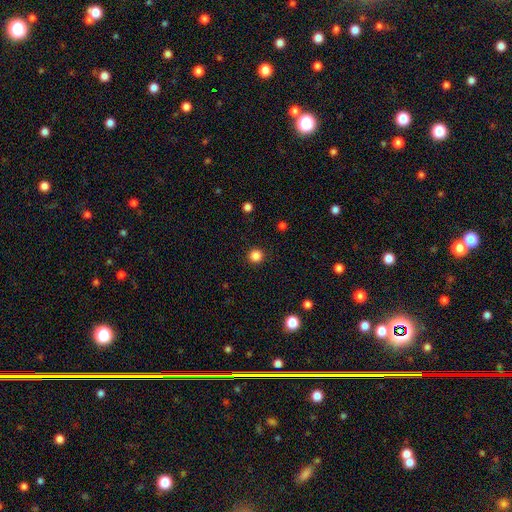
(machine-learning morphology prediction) smooth 85%, star or artifact 12%, featured or disk 3%. Down the decision tree: how rounded — round (94%); merging — none (92%).